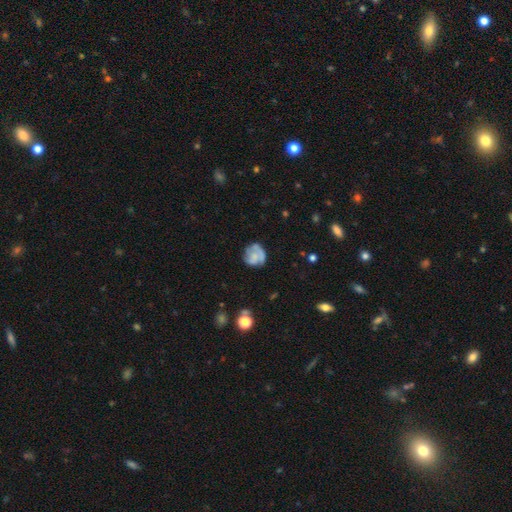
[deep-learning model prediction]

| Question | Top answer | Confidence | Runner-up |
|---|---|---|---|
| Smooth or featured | smooth | 51% | featured or disk (40%) |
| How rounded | round | 80% | in between (19%) |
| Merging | none | 58% | minor disturbance (26%) |